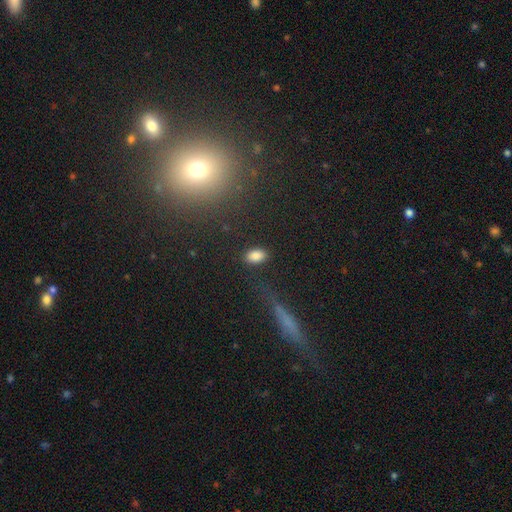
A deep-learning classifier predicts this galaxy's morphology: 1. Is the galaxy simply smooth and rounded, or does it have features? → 86% smooth, 9% star or artifact, 5% featured or disk.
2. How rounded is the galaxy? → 88% in between, 9% round, 2% cigar-shaped.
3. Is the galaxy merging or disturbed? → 84% none, 10% minor disturbance, 4% major disturbance, 2% merger.